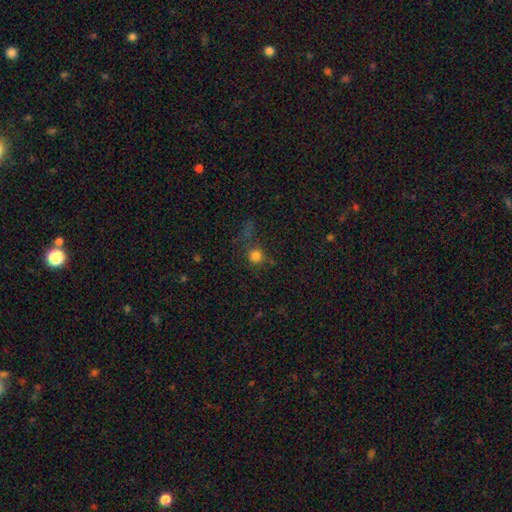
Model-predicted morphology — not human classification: This appears to be a smooth galaxy with no disk features (78%) that is round (92%). Merging: none (69%).